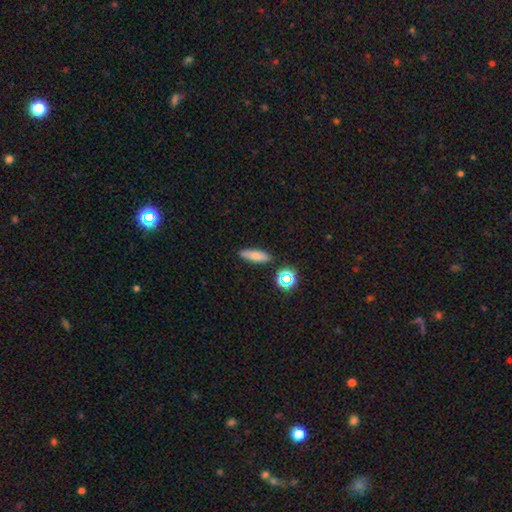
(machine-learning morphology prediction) Smooth or featured: smooth — 73% (featured or disk — 15%)
How rounded: in between — 48% (cigar-shaped — 47%)
Merging: none — 84% (minor disturbance — 10%)